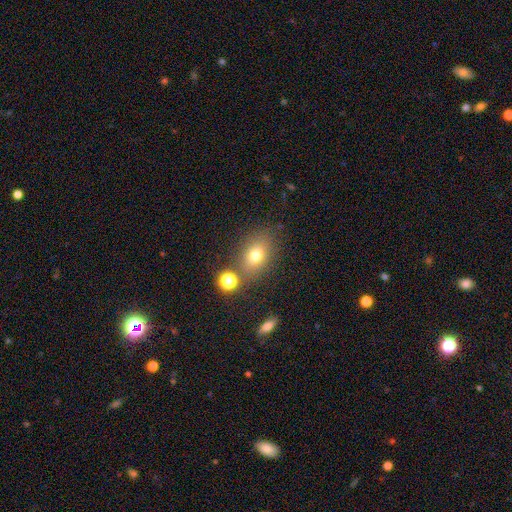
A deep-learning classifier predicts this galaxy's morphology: Smooth or featured? smooth (72%)
How rounded? in between (70%)
Merging? none (73%)